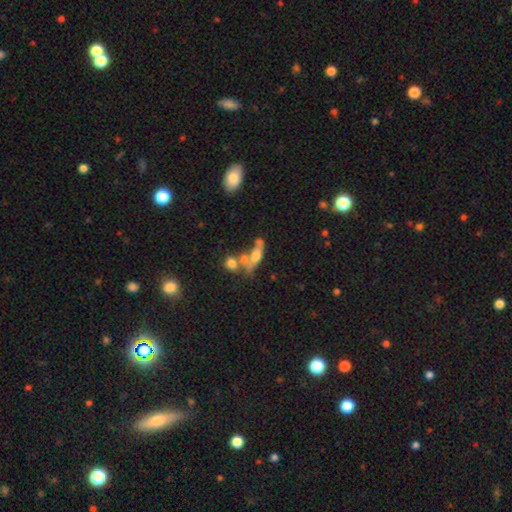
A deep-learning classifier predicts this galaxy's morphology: Q: Smooth or featured?
A: smooth (47%); runner-up: featured or disk (41%)
Q: Merging?
A: merger (42%); runner-up: none (31%)